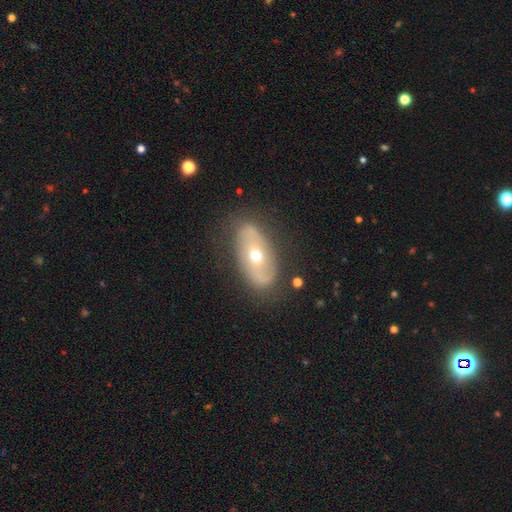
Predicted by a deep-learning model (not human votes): Morphology: type=featured or disk (66%); edge-on=no (91%); bar=no (70%); spiral arms=yes (61%); bulge=moderate (63%); merging=none (75%).